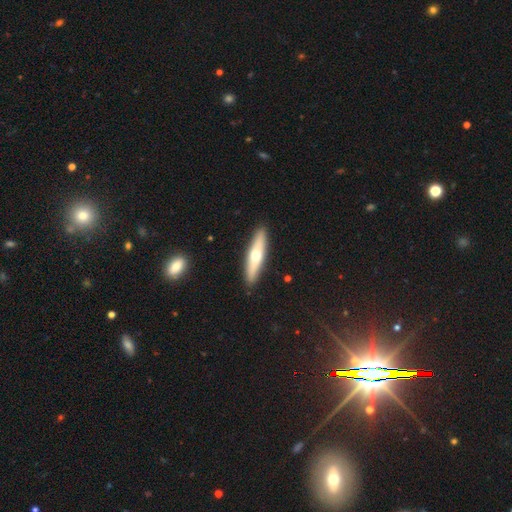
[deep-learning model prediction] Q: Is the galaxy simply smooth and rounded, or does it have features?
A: smooth — 53%.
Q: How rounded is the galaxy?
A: cigar-shaped — 78%.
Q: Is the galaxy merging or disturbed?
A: none — 90%.